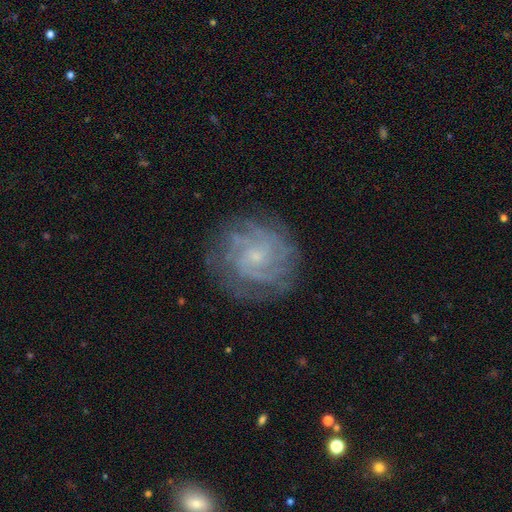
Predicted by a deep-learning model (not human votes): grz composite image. It shows a featured or disk galaxy (81%) with no bar (69%), tight (66%) spiral arms (94%) and a small central bulge (76%). Merging: none (77%).